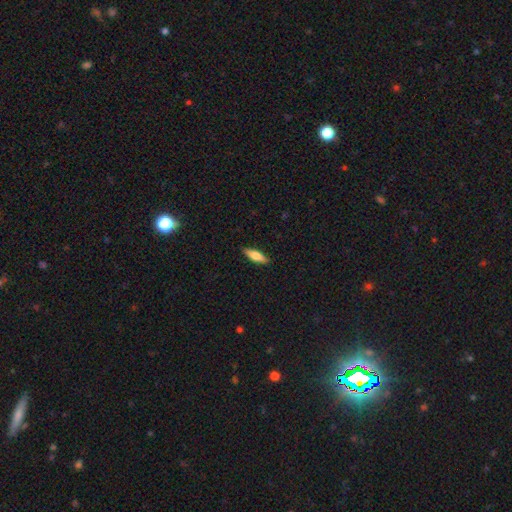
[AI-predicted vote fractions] Morphology: type=smooth (65%); roundness=cigar-shaped (53%); merging=none (89%).